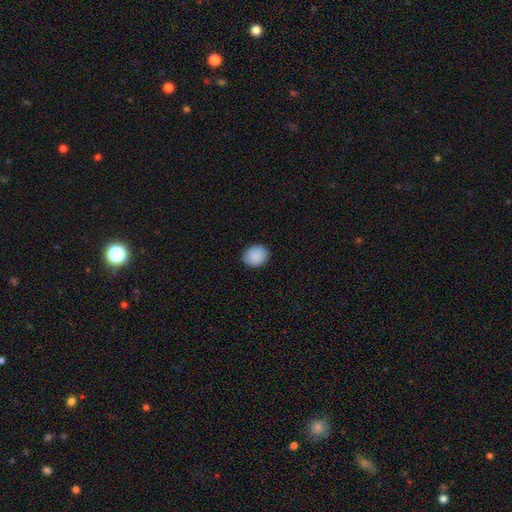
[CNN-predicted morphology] Overall: smooth (90%). How rounded: round (56%; in between 43%). Merging: none (89%).